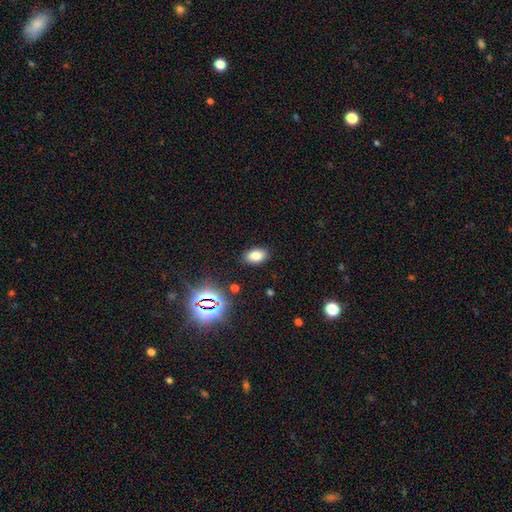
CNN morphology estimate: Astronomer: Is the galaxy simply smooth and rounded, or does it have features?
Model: smooth — 77%.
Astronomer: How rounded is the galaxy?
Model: in between — 89%.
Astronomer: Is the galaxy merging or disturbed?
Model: none — 87%.